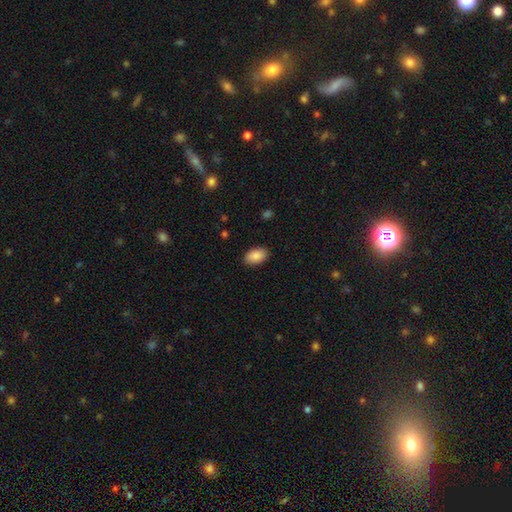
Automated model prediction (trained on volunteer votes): smooth 89%, star or artifact 7%, featured or disk 5%. Down the decision tree: how rounded — in between (93%); merging — none (88%).